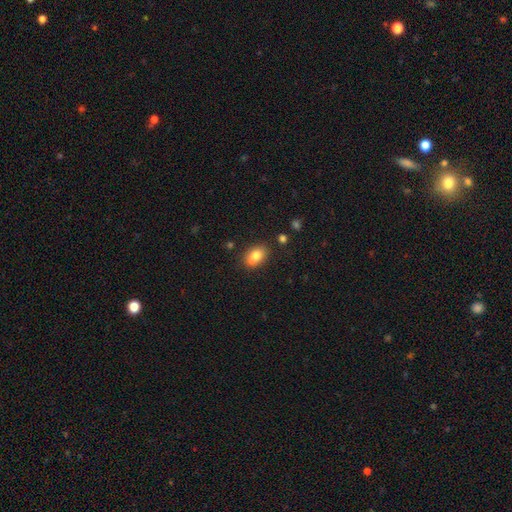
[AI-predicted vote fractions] smooth-or-featured: smooth: 78% | featured or disk: 13% | star or artifact: 9%
  how-rounded: in between: 79% | round: 20% | cigar-shaped: 1%
  merging: none: 70% | minor disturbance: 16% | merger: 11% | major disturbance: 3%